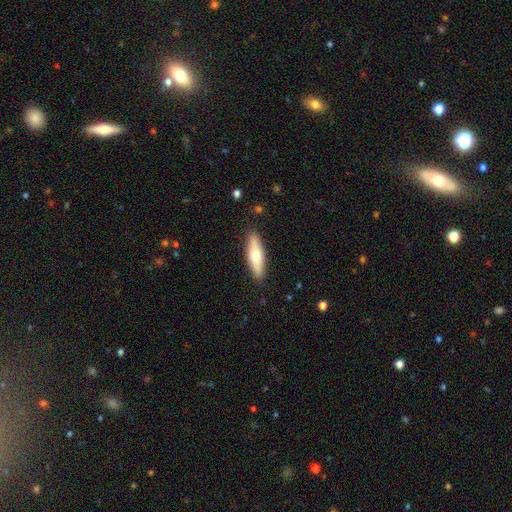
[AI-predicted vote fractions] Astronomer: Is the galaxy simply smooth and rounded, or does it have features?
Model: smooth — 60%.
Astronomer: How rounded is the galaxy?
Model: cigar-shaped — 51% (runner-up: in between, 47%).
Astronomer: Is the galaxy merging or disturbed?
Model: none — 88%.